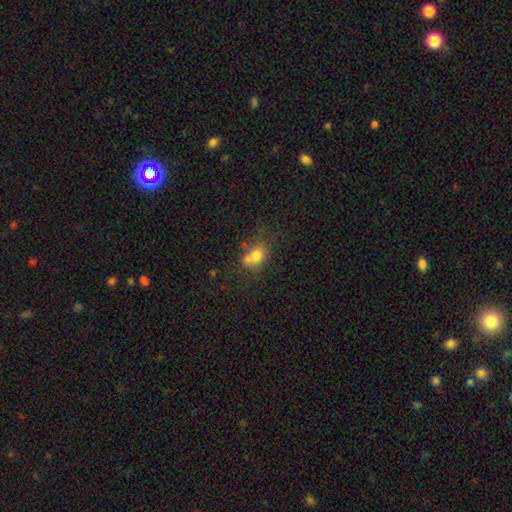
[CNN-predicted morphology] type=smooth (72%); roundness=in between (50%); merging=none (40%).